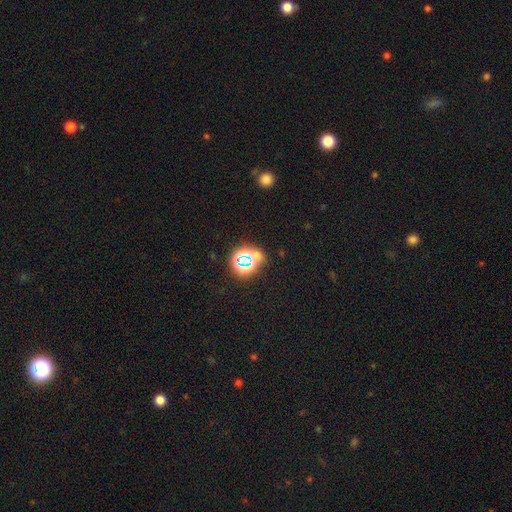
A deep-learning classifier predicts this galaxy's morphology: smooth-or-featured: star or artifact: 63% | smooth: 27% | featured or disk: 10%